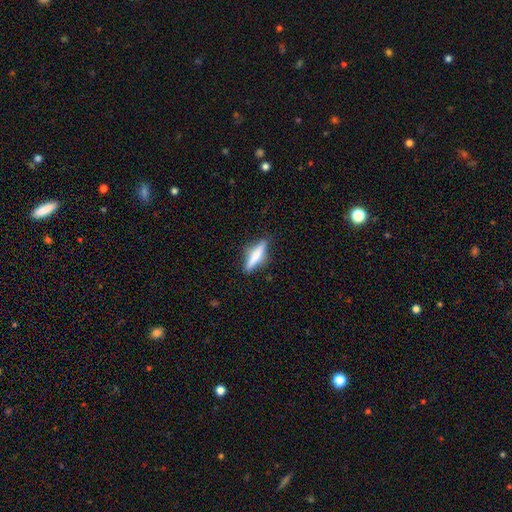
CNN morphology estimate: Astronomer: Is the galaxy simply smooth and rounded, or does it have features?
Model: smooth — 54% (runner-up: featured or disk, 39%).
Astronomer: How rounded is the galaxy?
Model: cigar-shaped — 78%.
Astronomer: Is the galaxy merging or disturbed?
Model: none — 84%.